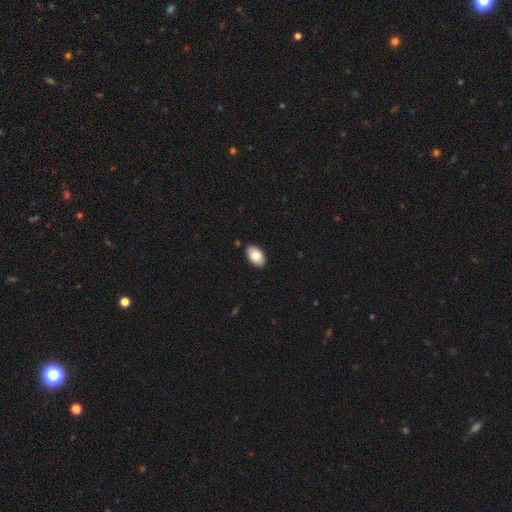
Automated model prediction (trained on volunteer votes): Smooth or featured?
  - smooth: 84% *
  - featured or disk: 9%
  - star or artifact: 6%
How rounded?
  - in between: 94% *
  - round: 5%
  - cigar-shaped: 1%
Merging?
  - none: 89% *
  - minor disturbance: 8%
  - major disturbance: 2%
  - merger: 1%